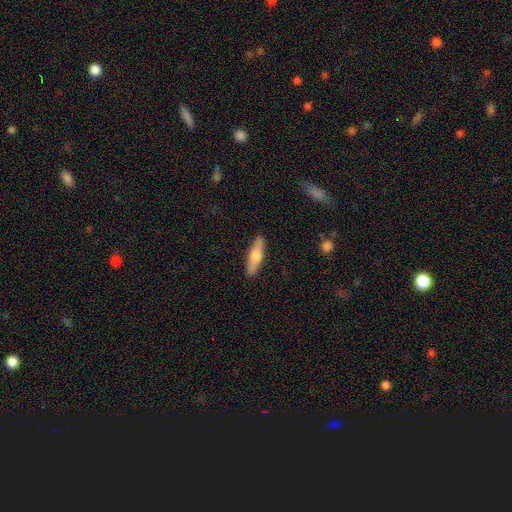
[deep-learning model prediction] Smooth or featured? smooth (56%)
How rounded? cigar-shaped (61%)
Merging? none (90%)